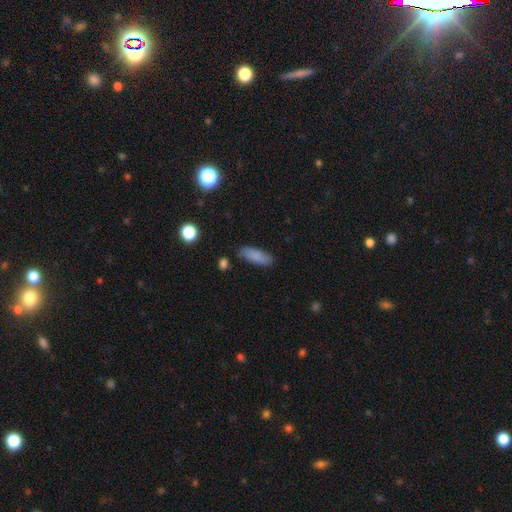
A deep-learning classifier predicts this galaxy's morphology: smooth 83%, featured or disk 9%, star or artifact 7%. Down the decision tree: how rounded — in between (68%); merging — none (81%).